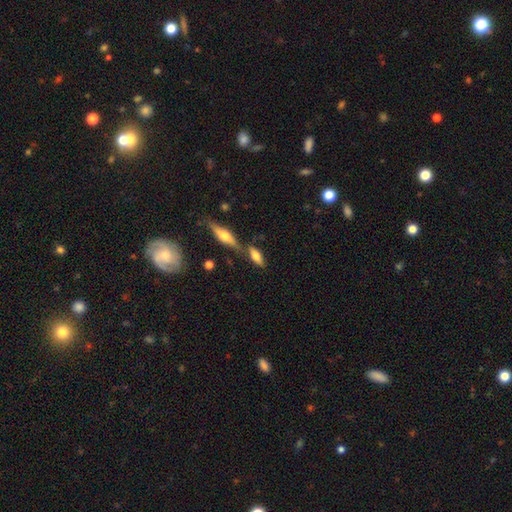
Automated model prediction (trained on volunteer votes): Smooth or featured? smooth (61%)
How rounded? in between (65%)
Merging? none (59%)